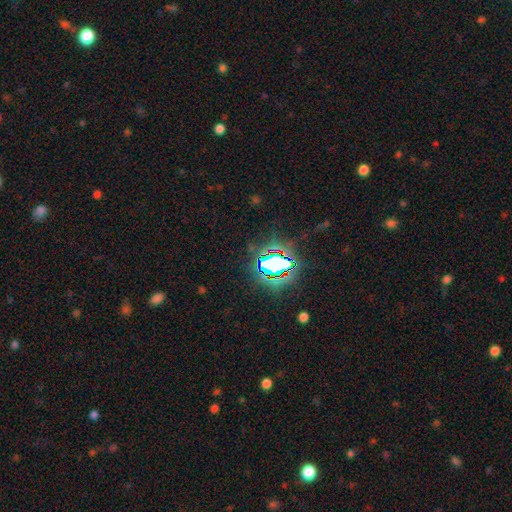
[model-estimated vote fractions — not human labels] Overall: star or artifact (83%).